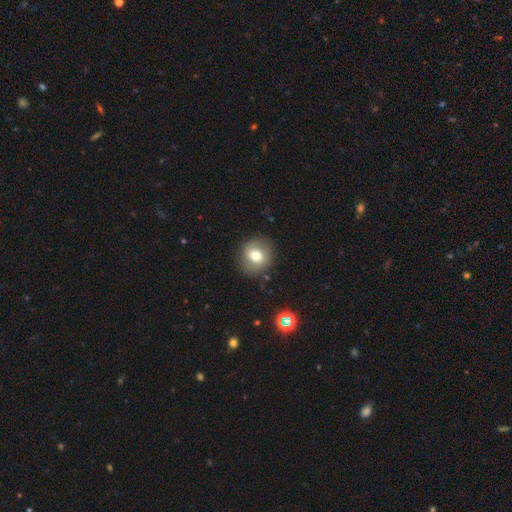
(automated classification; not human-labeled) smooth-or-featured: smooth: 72% | featured or disk: 18% | star or artifact: 11%
  how-rounded: round: 86% | in between: 13% | cigar-shaped: 1%
  merging: none: 85% | minor disturbance: 10% | major disturbance: 3% | merger: 2%